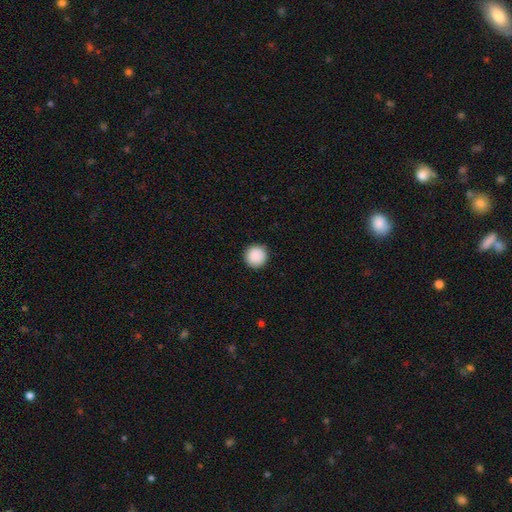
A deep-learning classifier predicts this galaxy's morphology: smooth-or-featured: smooth: 90% | star or artifact: 8% | featured or disk: 2%
  how-rounded: round: 96% | in between: 3% | cigar-shaped: 1%
  merging: none: 93% | minor disturbance: 5% | major disturbance: 2% | merger: 1%